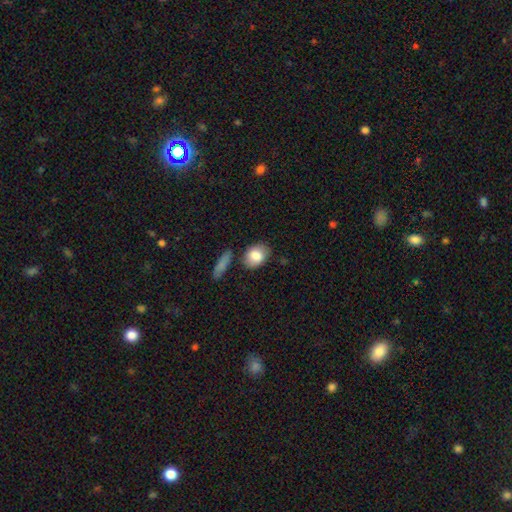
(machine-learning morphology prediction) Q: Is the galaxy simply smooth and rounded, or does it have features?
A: smooth — 82%.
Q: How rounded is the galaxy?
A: in between — 69%.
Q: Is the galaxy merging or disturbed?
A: none — 71%.